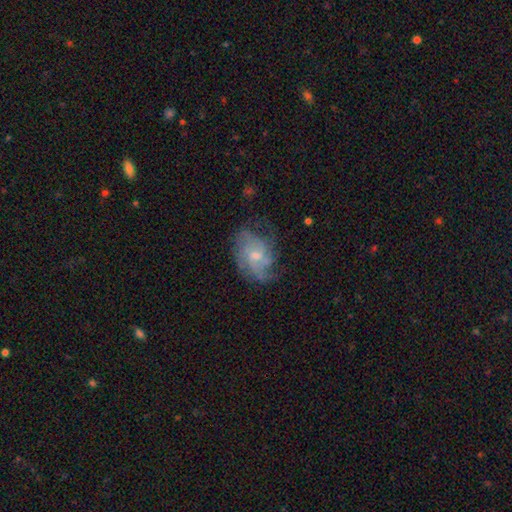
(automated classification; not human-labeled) Smooth or featured?
  - featured or disk: 73% *
  - smooth: 20%
  - star or artifact: 8%
Edge-on disk?
  - no: 97% *
  - yes: 3%
Bar?
  - no: 58% *
  - weak: 37%
  - strong: 4%
Spiral arms?
  - yes: 85% *
  - no: 15%
Spiral winding?
  - medium: 42% *
  - tight: 35%
  - loose: 23%
Spiral arm count?
  - can't tell: 41% *
  - 3: 19%
  - 2: 16%
  - 4: 13%
  - 1: 6%
  - more than 4: 5%
Bulge size?
  - small: 52% *
  - moderate: 40%
  - none: 4%
  - large: 2%
  - dominant: 1%
Merging?
  - none: 58% *
  - minor disturbance: 25%
  - major disturbance: 16%
  - merger: 2%